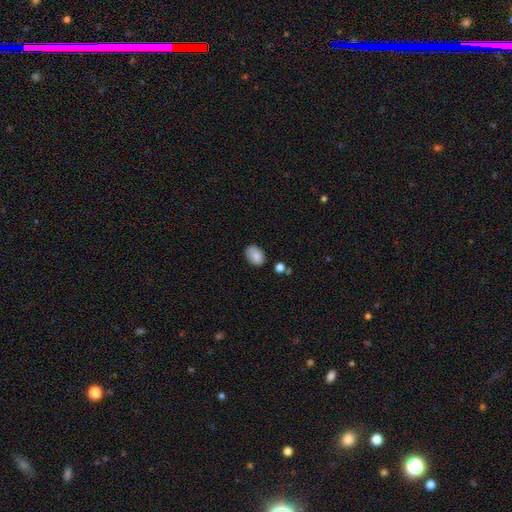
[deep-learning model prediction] A smooth galaxy with no disk features (83%) that is in between round and cigar-shaped (78%). Merging: none (69%).